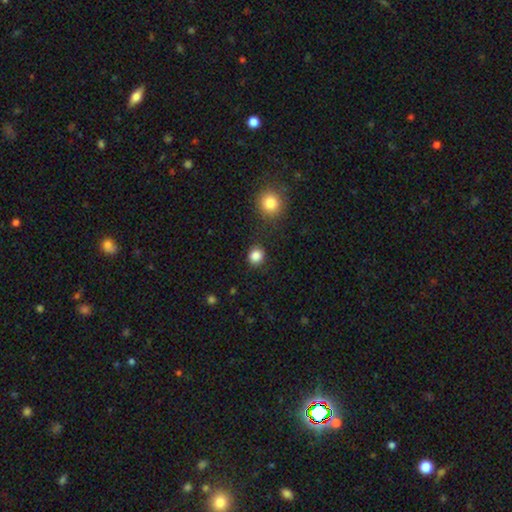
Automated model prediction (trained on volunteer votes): Smooth or featured? smooth (86%)
How rounded? round (81%)
Merging? none (86%)